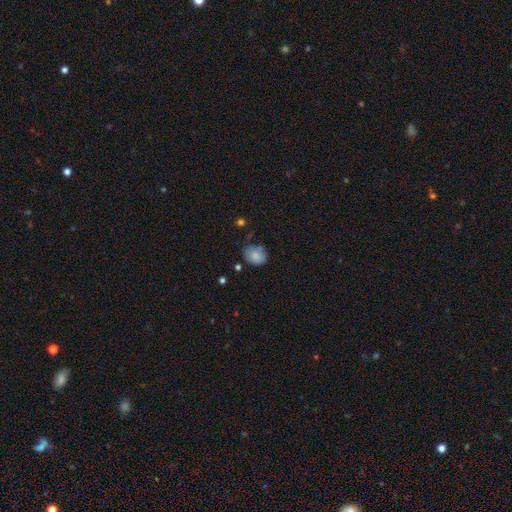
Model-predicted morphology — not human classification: smooth 78%, featured or disk 13%, star or artifact 9%. Down the decision tree: how rounded — round (51%); merging — none (58%).